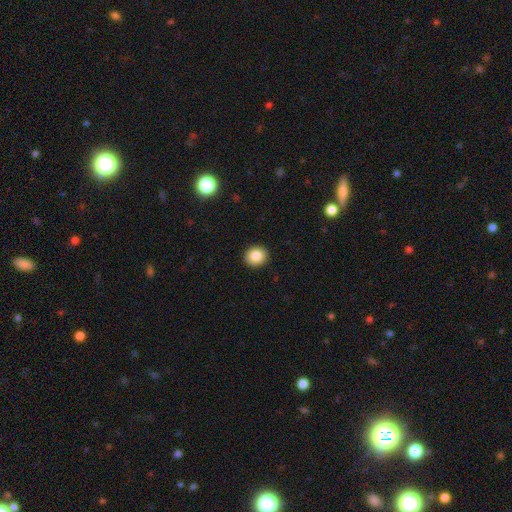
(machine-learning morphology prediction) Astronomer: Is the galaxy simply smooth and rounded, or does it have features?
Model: smooth — 85%.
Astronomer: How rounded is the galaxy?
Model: round — 78%.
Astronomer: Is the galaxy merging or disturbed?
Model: none — 92%.